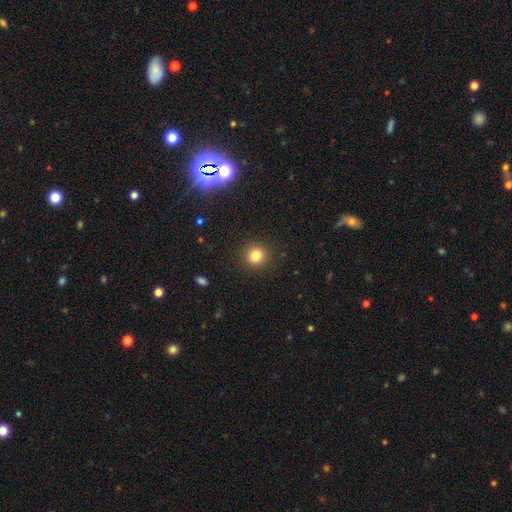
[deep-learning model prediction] smooth_or_featured: smooth (p=0.81) [alt: star or artifact p=0.13]
how_rounded: round (p=0.91) [alt: in between p=0.08]
merging: none (p=0.91) [alt: minor disturbance p=0.06]